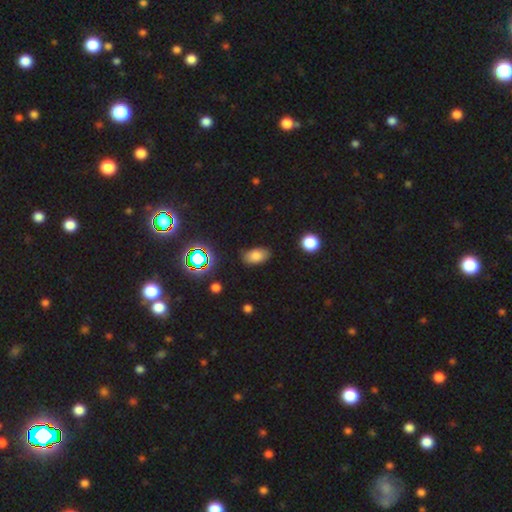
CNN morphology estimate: The model was most divided on "smooth or featured": smooth: 77%, star or artifact: 14%, featured or disk: 9%. More confident: how rounded — in between (91%); merging — none (81%).